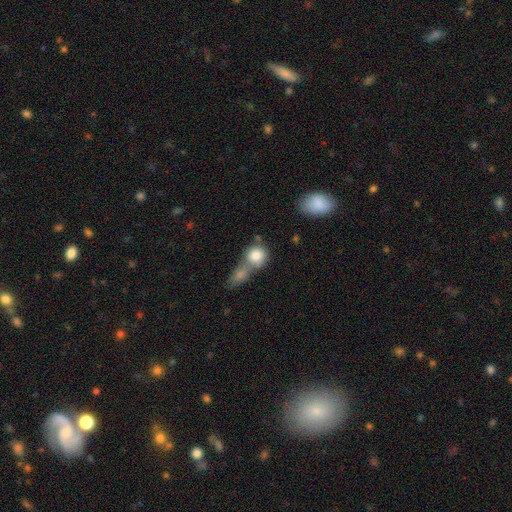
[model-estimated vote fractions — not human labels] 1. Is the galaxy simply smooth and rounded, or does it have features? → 82% smooth, 10% featured or disk, 8% star or artifact.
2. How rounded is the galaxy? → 75% round, 23% in between, 2% cigar-shaped.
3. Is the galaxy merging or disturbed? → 55% merger, 31% none, 9% minor disturbance, 5% major disturbance.